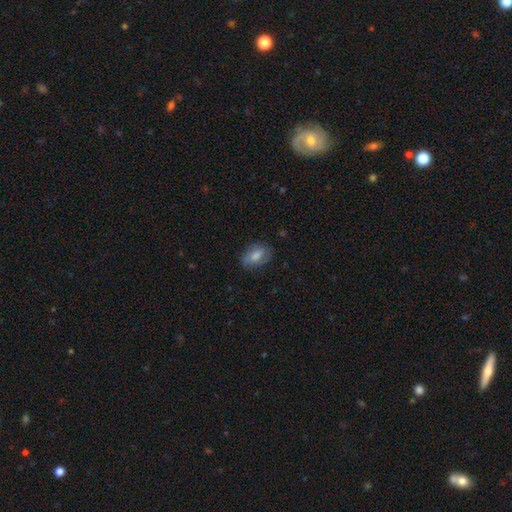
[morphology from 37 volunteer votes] This appears to be a smooth galaxy with no disk features (73%) that is in between round and cigar-shaped (81%). Merging: none (75%).